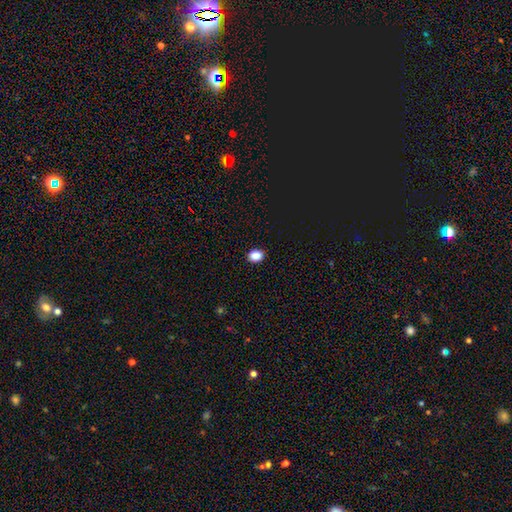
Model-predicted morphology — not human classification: smooth_or_featured: smooth (p=0.86) [alt: star or artifact p=0.10]
how_rounded: in between (p=0.53) [alt: round p=0.46]
merging: none (p=0.91) [alt: minor disturbance p=0.06]